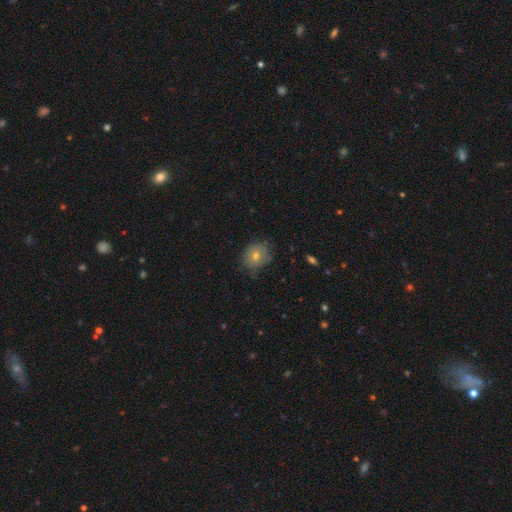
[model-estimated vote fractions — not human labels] This is likely a smooth galaxy (63%). How rounded: likely round (74%). Merging: likely none (71%).